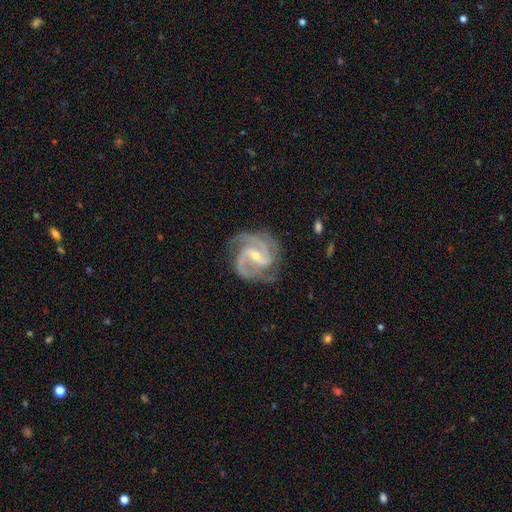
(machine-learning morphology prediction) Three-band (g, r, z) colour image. It shows a featured or disk galaxy (93%) with a weak bar (44%), 2 (53%) medium (54%) spiral arms (99%) and a small central bulge (57%). Merging: none (77%).